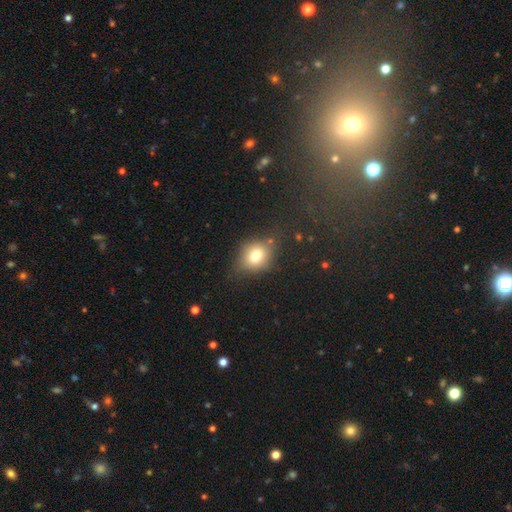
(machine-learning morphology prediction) Overall: smooth (76%). How rounded: round (58%; in between 41%). Merging: none (69%).